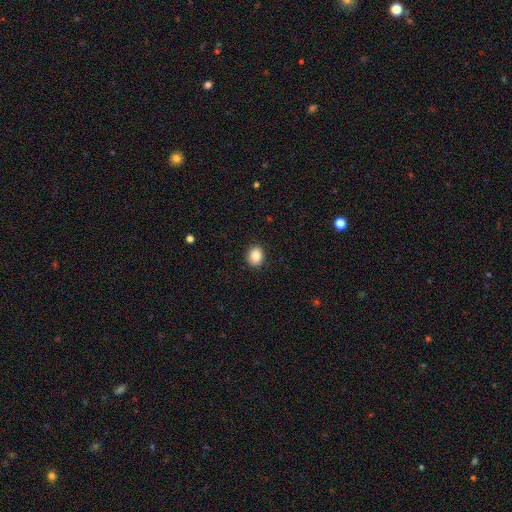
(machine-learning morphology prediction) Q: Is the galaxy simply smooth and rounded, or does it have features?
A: smooth — 88%.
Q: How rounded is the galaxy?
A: in between — 50%.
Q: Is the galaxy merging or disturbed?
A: none — 90%.